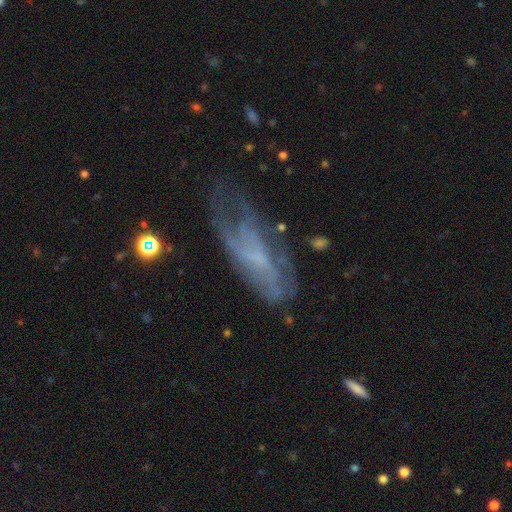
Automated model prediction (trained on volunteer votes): Morphology: type=featured or disk (62%); edge-on=no (85%); bar=no (64%); spiral arms=yes (62%); bulge=none (49%); merging=none (43%).